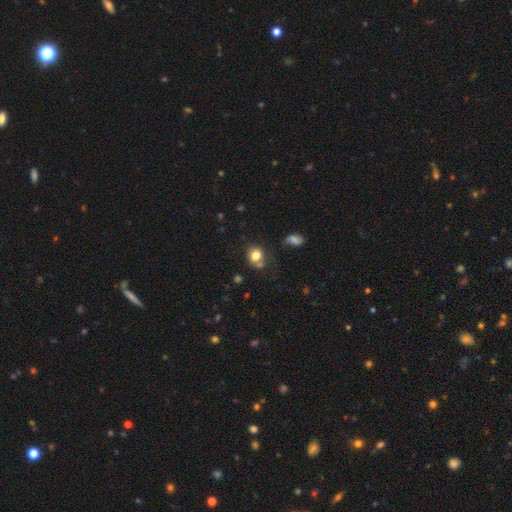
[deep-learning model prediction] Morphology: type=smooth (79%); roundness=round (73%); merging=none (63%).